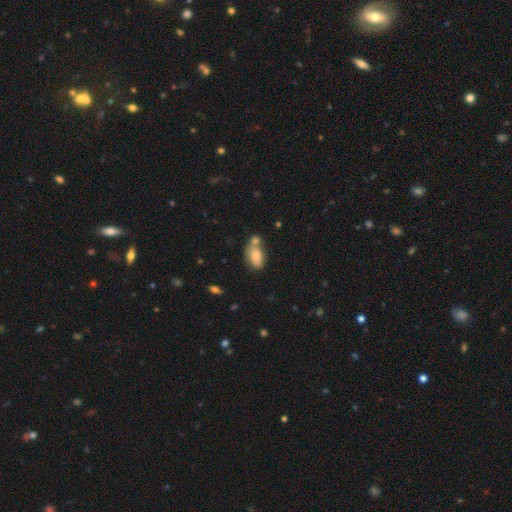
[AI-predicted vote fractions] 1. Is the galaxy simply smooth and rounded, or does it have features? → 72% smooth, 20% featured or disk, 8% star or artifact.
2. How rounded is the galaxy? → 89% in between, 9% round, 2% cigar-shaped.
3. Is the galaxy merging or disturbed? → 40% none, 39% merger, 16% minor disturbance, 5% major disturbance.